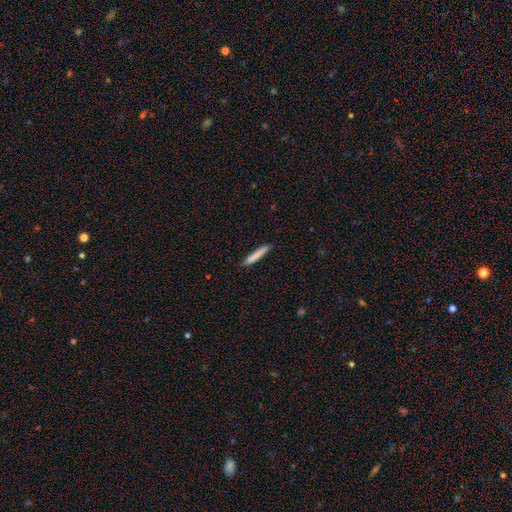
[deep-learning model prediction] Q: Smooth or featured?
A: smooth (80%); runner-up: featured or disk (14%)
Q: How rounded?
A: cigar-shaped (95%); runner-up: in between (4%)
Q: Merging?
A: none (87%); runner-up: minor disturbance (9%)